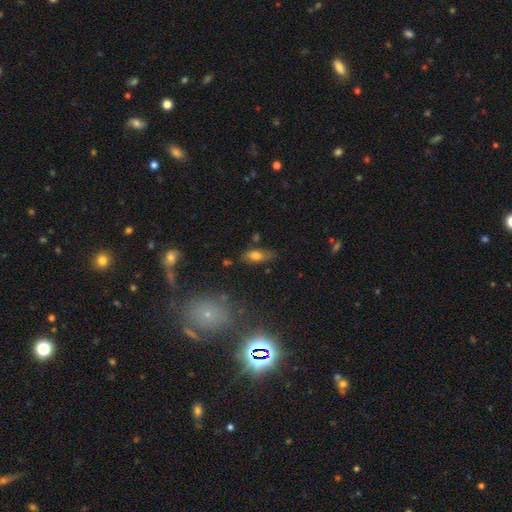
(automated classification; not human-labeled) Morphology: type=smooth (70%); roundness=in between (78%); merging=none (67%).